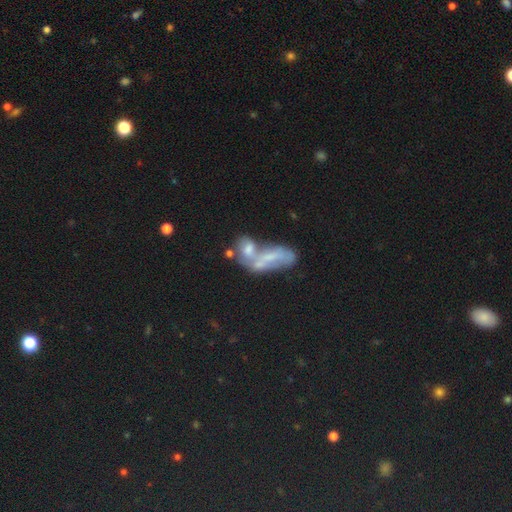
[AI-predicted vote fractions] Morphology: type=featured or disk (47%); merging=merger (65%).